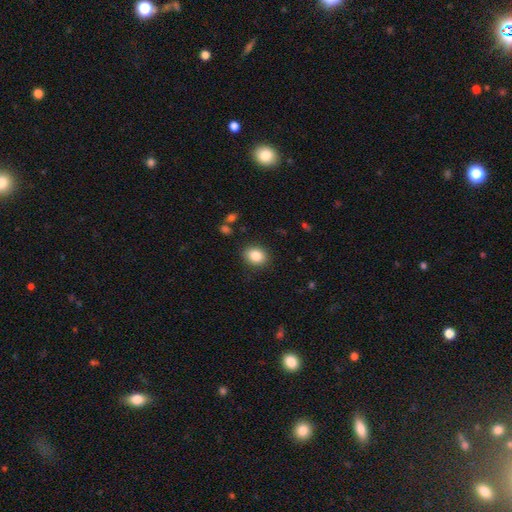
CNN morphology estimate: This appears to be a smooth galaxy with no disk features (84%) that is round (51%). Merging: none (88%).